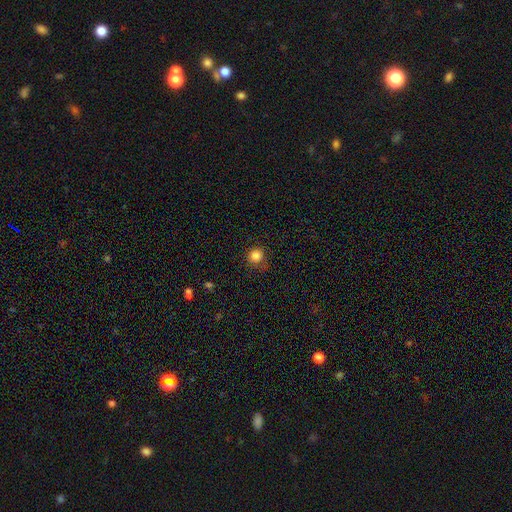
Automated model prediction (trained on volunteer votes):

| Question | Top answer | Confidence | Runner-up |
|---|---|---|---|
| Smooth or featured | smooth | 84% | star or artifact (11%) |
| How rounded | round | 90% | in between (9%) |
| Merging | none | 77% | minor disturbance (16%) |